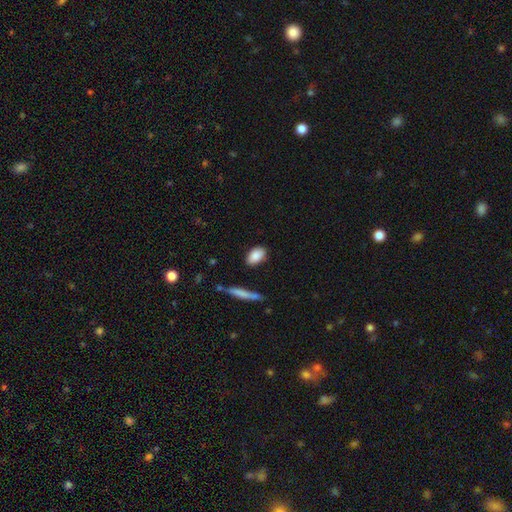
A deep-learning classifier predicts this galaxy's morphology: Smooth or featured: smooth — 87% (star or artifact — 7%)
How rounded: in between — 90% (round — 6%)
Merging: none — 83% (minor disturbance — 12%)